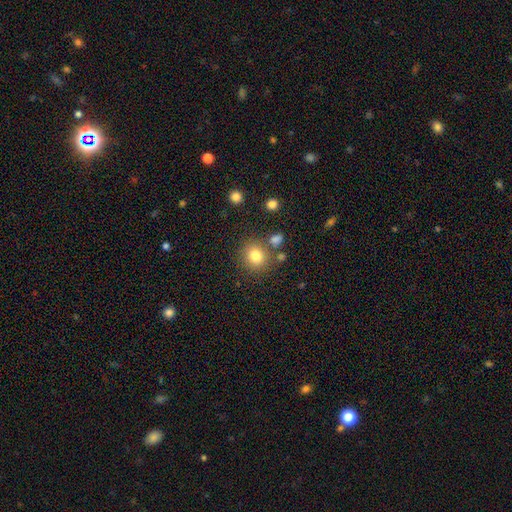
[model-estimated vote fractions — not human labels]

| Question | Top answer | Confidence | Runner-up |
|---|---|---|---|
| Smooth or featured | smooth | 80% | star or artifact (12%) |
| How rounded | round | 84% | in between (15%) |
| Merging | none | 78% | minor disturbance (10%) |